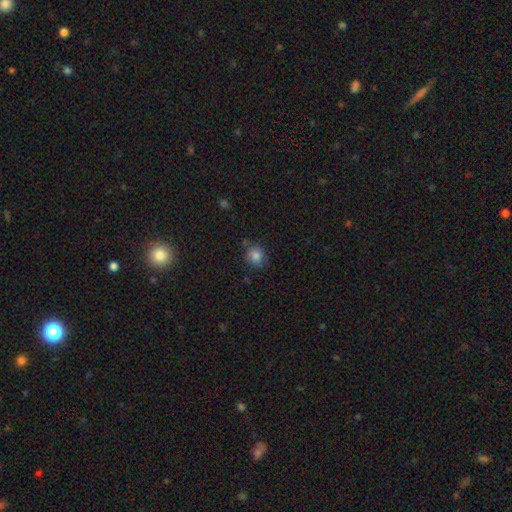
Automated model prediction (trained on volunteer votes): Smooth or featured? smooth (80%)
How rounded? round (78%)
Merging? none (74%)